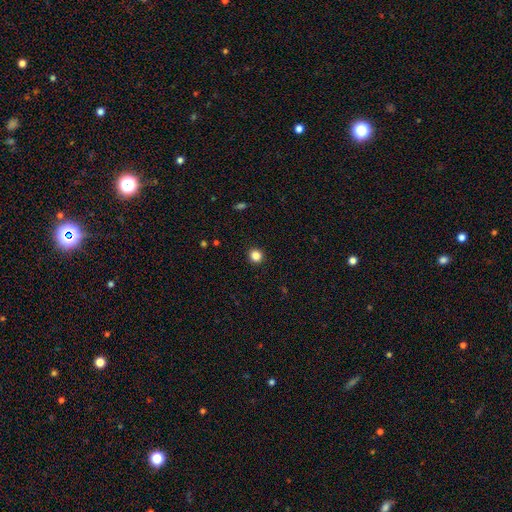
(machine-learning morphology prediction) This is clearly a smooth galaxy (85%). How rounded: clearly round (93%). Merging: clearly none (93%).